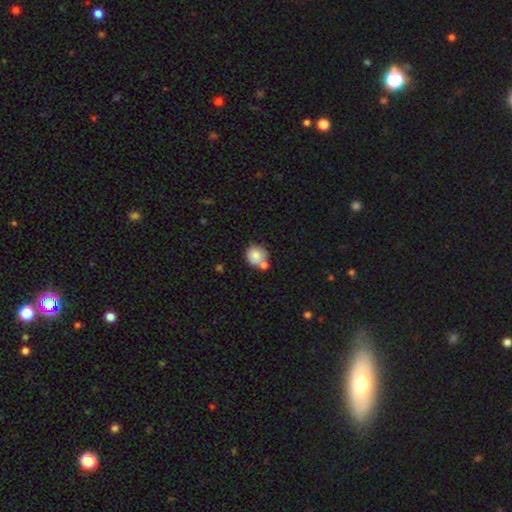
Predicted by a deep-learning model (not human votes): The model was most divided on "merging": none: 54%, merger: 27%, minor disturbance: 15%, major disturbance: 4%. More confident: how rounded — round (84%); smooth or featured — smooth (79%).